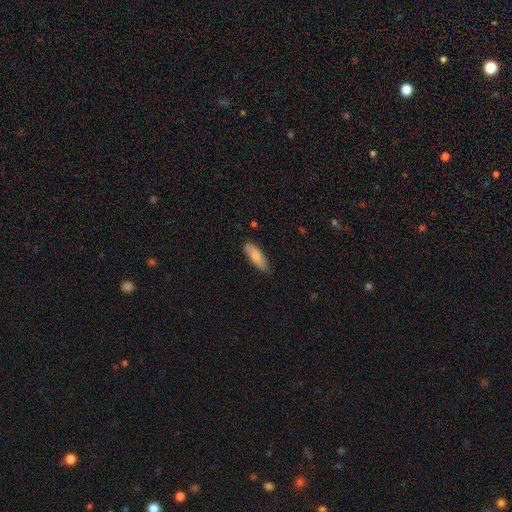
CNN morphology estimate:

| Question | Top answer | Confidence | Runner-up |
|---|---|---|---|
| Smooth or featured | smooth | 77% | featured or disk (18%) |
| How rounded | in between | 60% | cigar-shaped (38%) |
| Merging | none | 76% | minor disturbance (20%) |